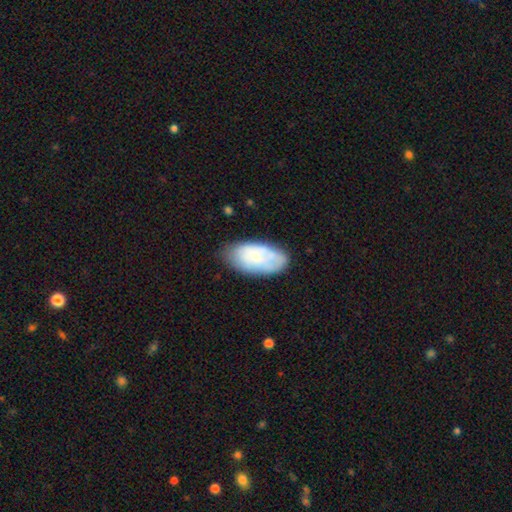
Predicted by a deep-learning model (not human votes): Overall: smooth (60%; featured or disk 33%). How rounded: in between (94%). Merging: none (68%).